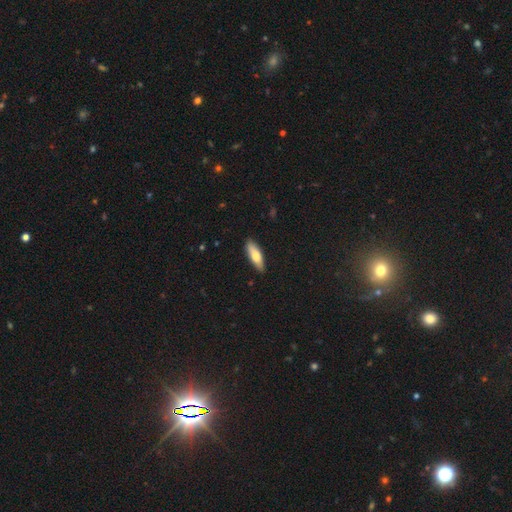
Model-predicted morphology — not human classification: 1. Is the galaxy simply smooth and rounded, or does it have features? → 70% smooth, 24% featured or disk, 5% star or artifact.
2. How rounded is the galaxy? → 50% in between, 48% cigar-shaped, 2% round.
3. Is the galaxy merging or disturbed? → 87% none, 10% minor disturbance, 2% major disturbance, 1% merger.